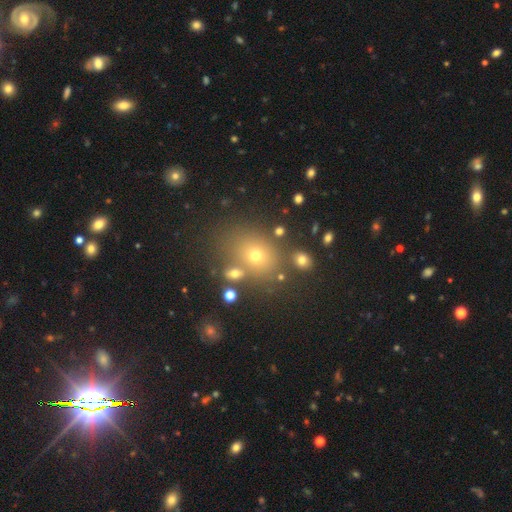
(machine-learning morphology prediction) type=smooth (65%); roundness=round (52%); merging=none (69%).